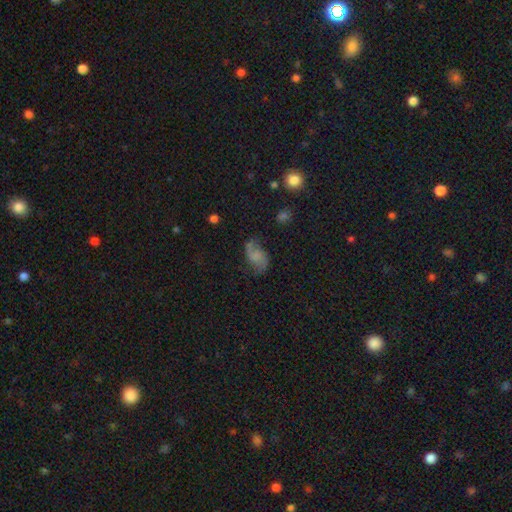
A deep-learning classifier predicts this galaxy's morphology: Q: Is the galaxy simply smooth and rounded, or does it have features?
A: featured or disk — 60%.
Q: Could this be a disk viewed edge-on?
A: no — 97%.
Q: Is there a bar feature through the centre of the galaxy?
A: no — 58%.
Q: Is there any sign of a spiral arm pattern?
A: yes — 90%.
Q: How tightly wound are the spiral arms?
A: loose — 67%.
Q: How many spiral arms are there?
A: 2 — 90%.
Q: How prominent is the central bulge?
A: none — 58%.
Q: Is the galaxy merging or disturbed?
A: none — 62%.